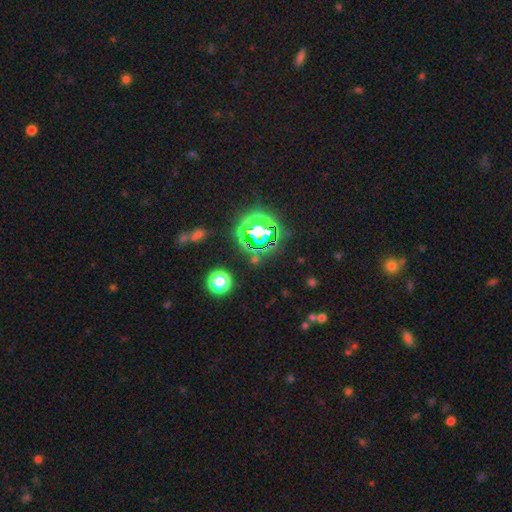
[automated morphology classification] A star or artifact, not a galaxy (72%).

Vote fractions:
- Smooth or featured? star or artifact: 72% / smooth: 19% / featured or disk: 9%